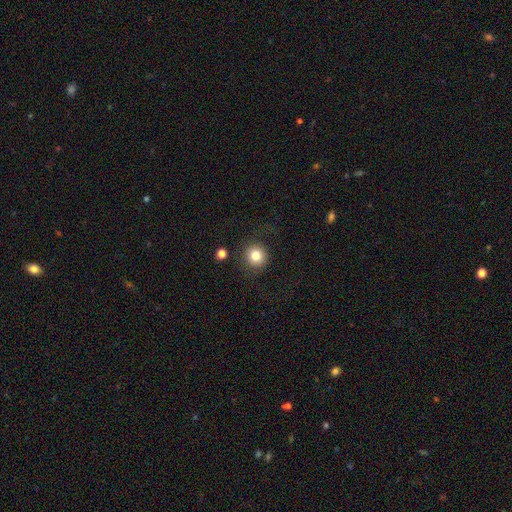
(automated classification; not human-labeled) Smooth or featured? smooth (80%)
How rounded? round (93%)
Merging? none (82%)